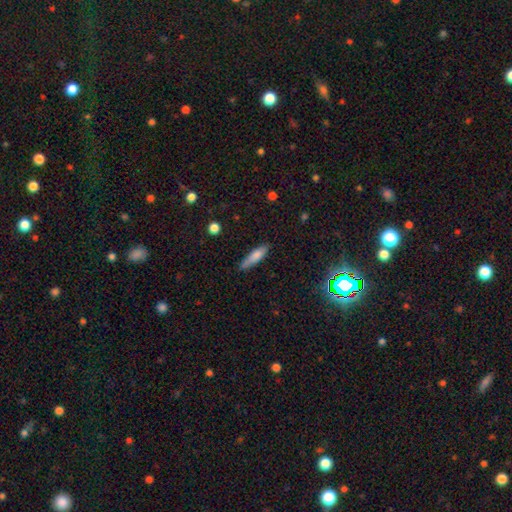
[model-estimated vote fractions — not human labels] Smooth or featured: smooth — 76% (featured or disk — 17%)
How rounded: cigar-shaped — 71% (in between — 27%)
Merging: none — 74% (minor disturbance — 20%)